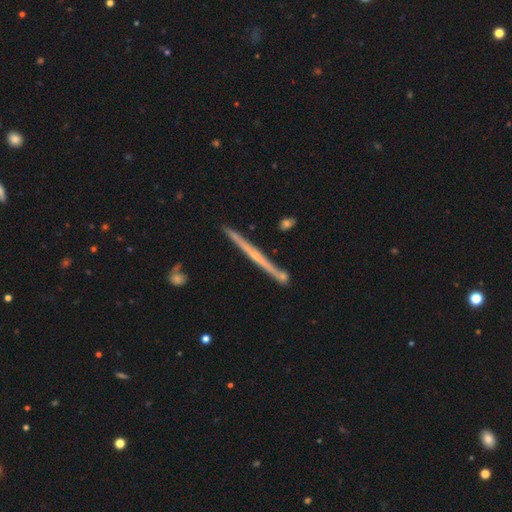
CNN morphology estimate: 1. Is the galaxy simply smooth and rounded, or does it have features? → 72% featured or disk, 22% smooth, 6% star or artifact.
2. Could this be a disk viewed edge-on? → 98% yes, 2% no.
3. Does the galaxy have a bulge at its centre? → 61% none, 32% rounded, 6% boxy.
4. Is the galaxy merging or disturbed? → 87% none, 8% minor disturbance, 4% merger, 2% major disturbance.